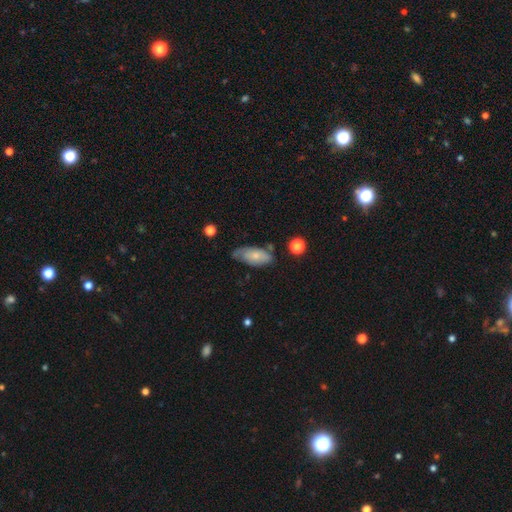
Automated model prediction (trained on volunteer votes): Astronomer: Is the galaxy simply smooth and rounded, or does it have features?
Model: smooth — 66%.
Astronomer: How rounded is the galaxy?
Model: in between — 86%.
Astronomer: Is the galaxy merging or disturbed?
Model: none — 56% (runner-up: minor disturbance, 31%).